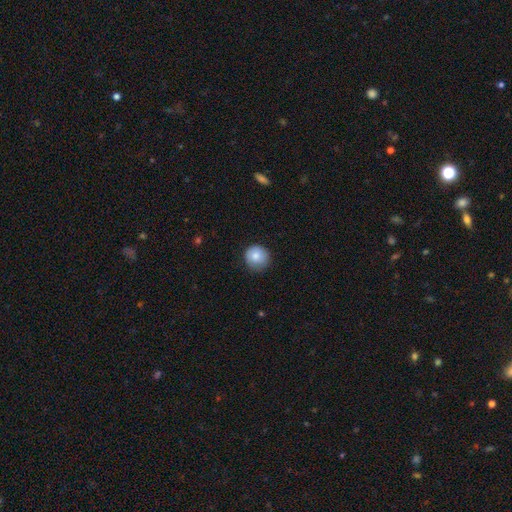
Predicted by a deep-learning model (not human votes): Overall: smooth (82%). How rounded: round (92%). Merging: none (81%).